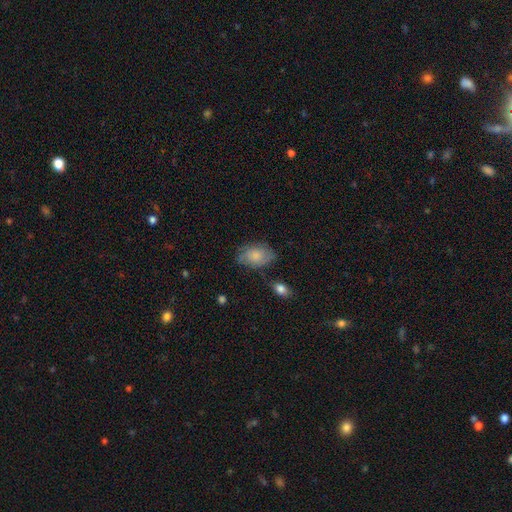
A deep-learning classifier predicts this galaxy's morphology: Overall: smooth (67%). How rounded: in between (85%). Merging: none (67%).